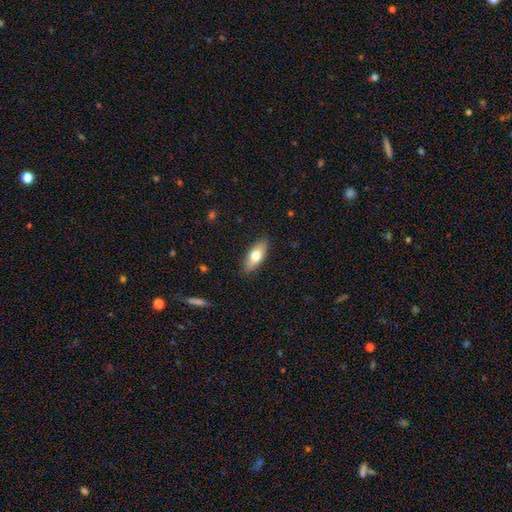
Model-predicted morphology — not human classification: smooth 70%, featured or disk 24%, star or artifact 6%. Down the decision tree: how rounded — in between (79%); merging — none (87%).